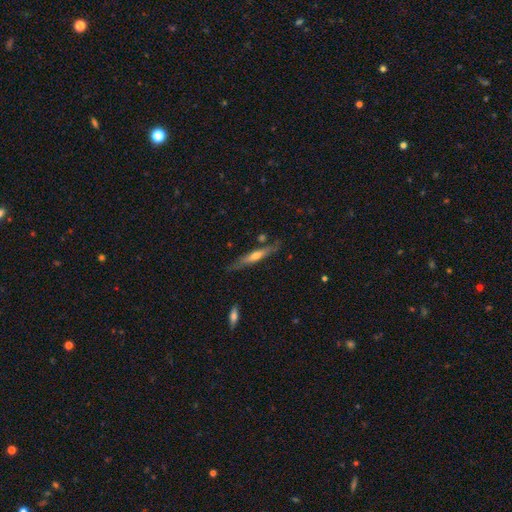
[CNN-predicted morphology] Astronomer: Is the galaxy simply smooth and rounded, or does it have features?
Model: featured or disk — 55% (runner-up: smooth, 39%).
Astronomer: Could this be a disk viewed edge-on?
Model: yes — 90%.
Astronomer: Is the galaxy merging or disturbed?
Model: none — 76%.